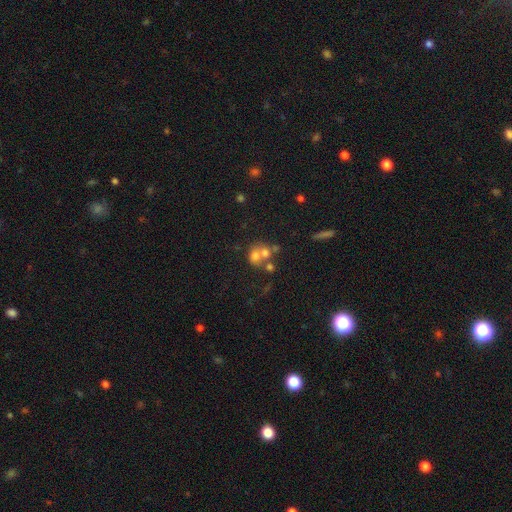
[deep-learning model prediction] smooth_or_featured: smooth (p=0.61) [alt: featured or disk p=0.25]
how_rounded: round (p=0.70) [alt: in between p=0.29]
merging: merger (p=0.58) [alt: none p=0.29]